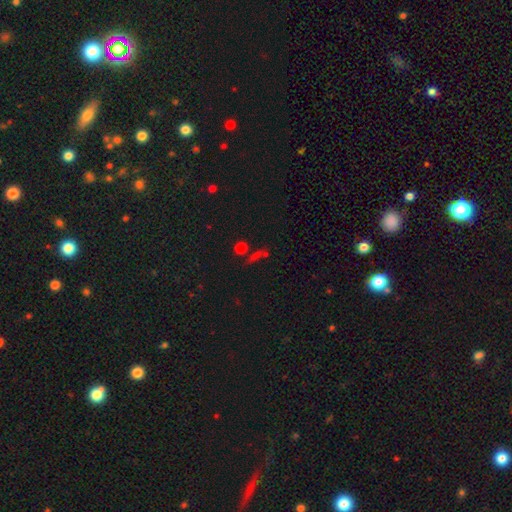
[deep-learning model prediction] A smooth galaxy with no disk features (53%) that is round (55%).

Vote fractions:
- Smooth or featured? smooth: 53% / star or artifact: 35% / featured or disk: 12%
- How rounded? round: 55% / in between: 25% / cigar-shaped: 21%
- Merging? none: 67% / merger: 15% / minor disturbance: 10% / major disturbance: 8%